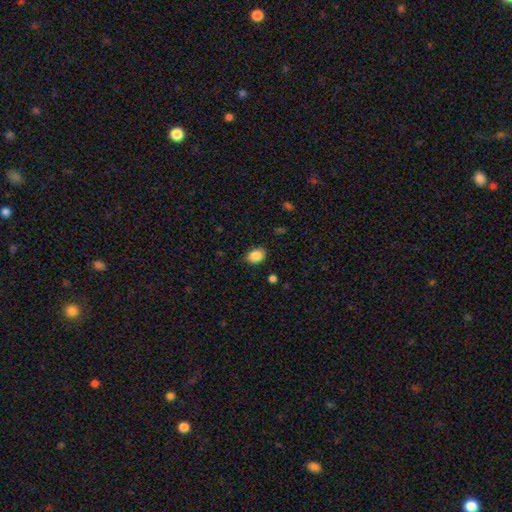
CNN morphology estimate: smooth 87%, star or artifact 8%, featured or disk 4%. Down the decision tree: how rounded — in between (78%); merging — none (82%).